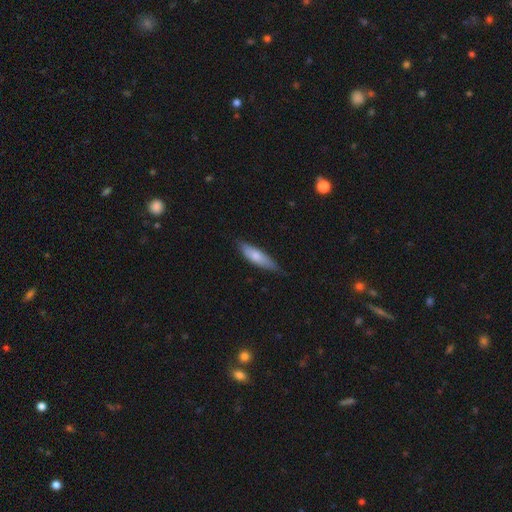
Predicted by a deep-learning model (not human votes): A smooth galaxy with no disk features (71%) that is cigar-shaped (60%).

Vote fractions:
- Smooth or featured? smooth: 71% / featured or disk: 24% / star or artifact: 5%
- How rounded? cigar-shaped: 60% / in between: 38% / round: 2%
- Merging? none: 71% / minor disturbance: 25% / major disturbance: 3% / merger: 1%